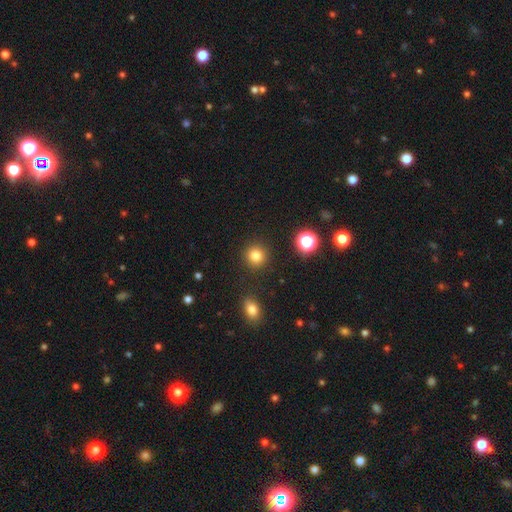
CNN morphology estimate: This is clearly a smooth galaxy (81%). How rounded: clearly round (92%). Merging: clearly none (89%).